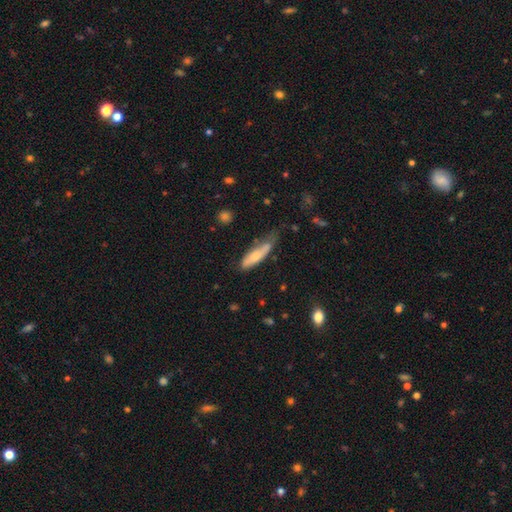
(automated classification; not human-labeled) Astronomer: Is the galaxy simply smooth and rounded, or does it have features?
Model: smooth — 62%.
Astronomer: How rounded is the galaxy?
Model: cigar-shaped — 61% (runner-up: in between, 37%).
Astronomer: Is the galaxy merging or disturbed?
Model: none — 47% (runner-up: minor disturbance, 37%).